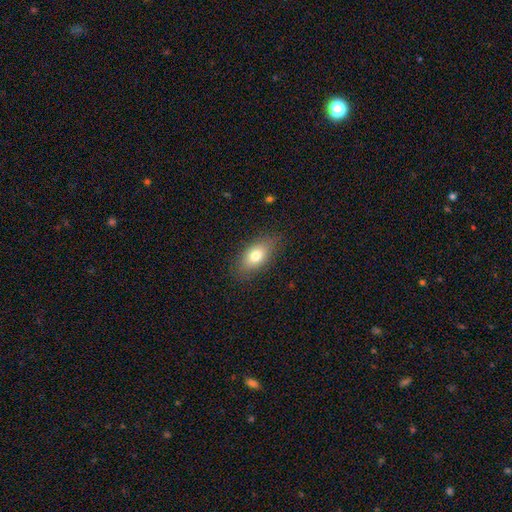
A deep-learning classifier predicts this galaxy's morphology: Smooth or featured? smooth (76%)
How rounded? in between (87%)
Merging? none (83%)